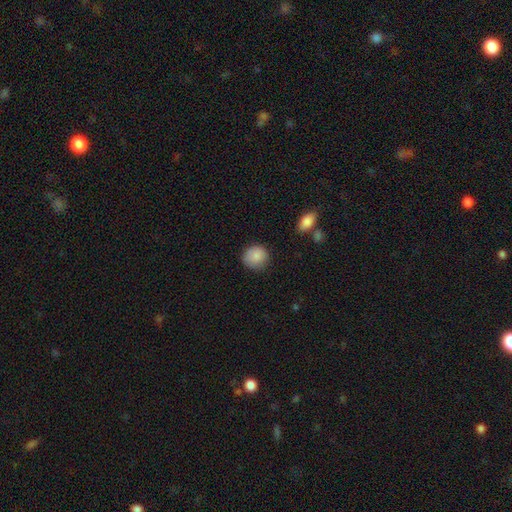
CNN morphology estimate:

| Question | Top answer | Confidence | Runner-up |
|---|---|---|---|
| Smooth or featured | smooth | 87% | star or artifact (8%) |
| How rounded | round | 88% | in between (11%) |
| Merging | none | 80% | minor disturbance (15%) |